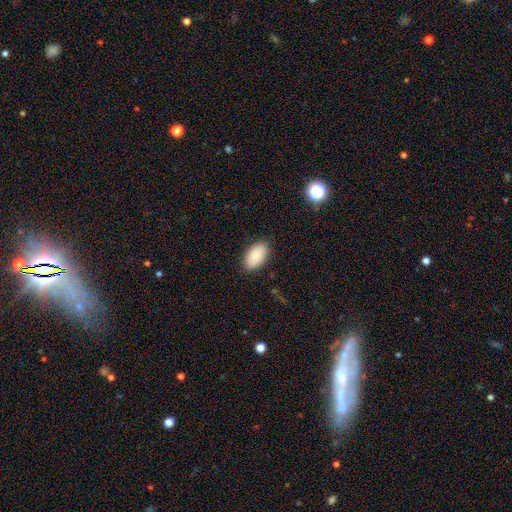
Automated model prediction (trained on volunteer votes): Smooth or featured? Predicted: smooth (p=0.88). How rounded? Predicted: in between (p=0.95). Merging? Predicted: none (p=0.86).